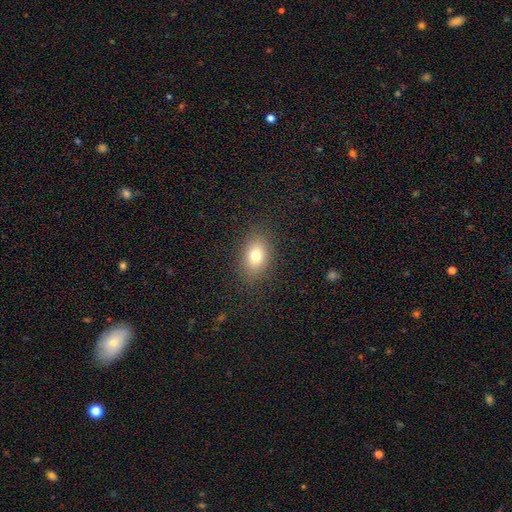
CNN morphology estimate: Smooth or featured? smooth (78%)
How rounded? in between (79%)
Merging? none (86%)